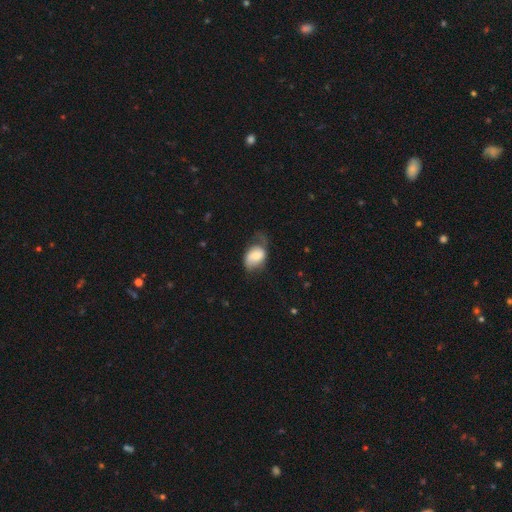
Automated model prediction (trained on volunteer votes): Smooth or featured? smooth (60%)
How rounded? in between (80%)
Merging? none (35%, tied with minor disturbance)